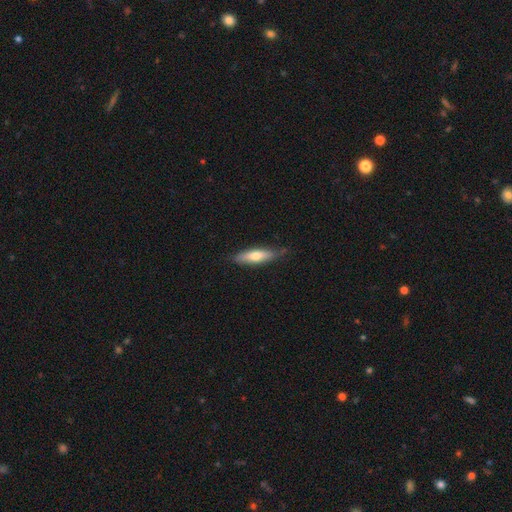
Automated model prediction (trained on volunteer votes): This appears to be a smooth galaxy with no disk features (66%) that is cigar-shaped (63%). Merging: none (74%).